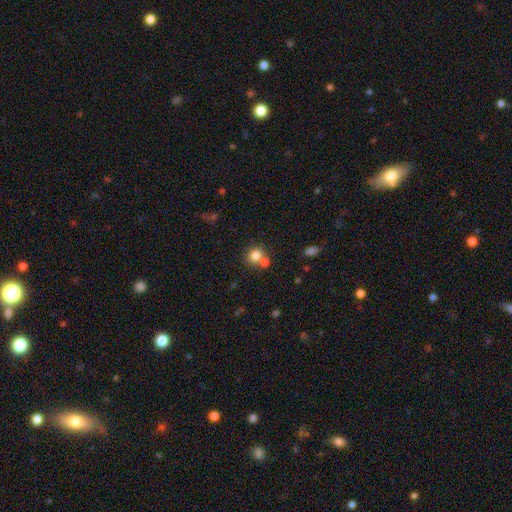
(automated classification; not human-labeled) The model was most divided on "merging": none: 55%, merger: 34%, minor disturbance: 8%, major disturbance: 3%. More confident: how rounded — round (83%); smooth or featured — smooth (79%).